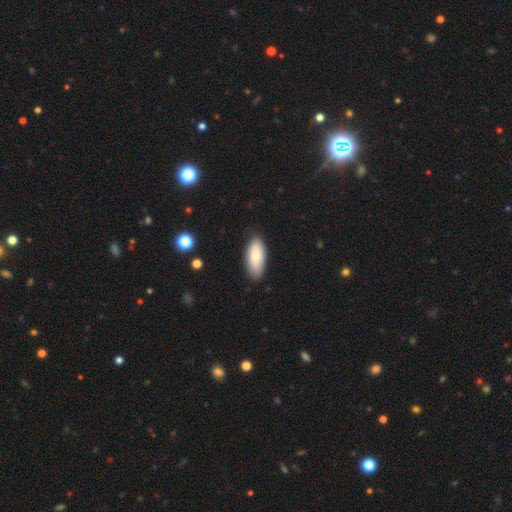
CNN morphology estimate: smooth 76%, featured or disk 18%, star or artifact 6%. Down the decision tree: how rounded — in between (90%); merging — none (84%).